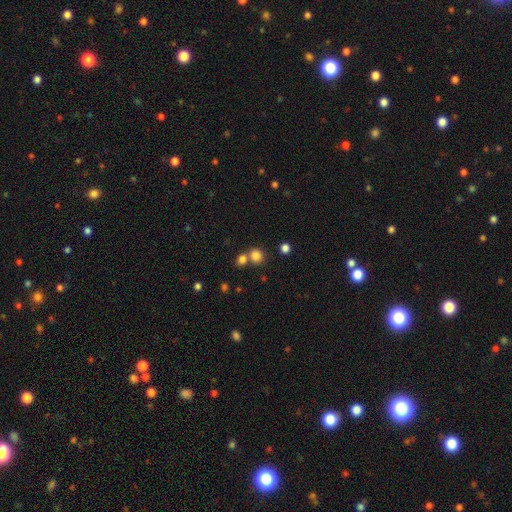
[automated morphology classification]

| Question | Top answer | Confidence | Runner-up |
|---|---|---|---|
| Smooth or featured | smooth | 82% | star or artifact (12%) |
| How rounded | round | 82% | in between (17%) |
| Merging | none | 58% | merger (31%) |